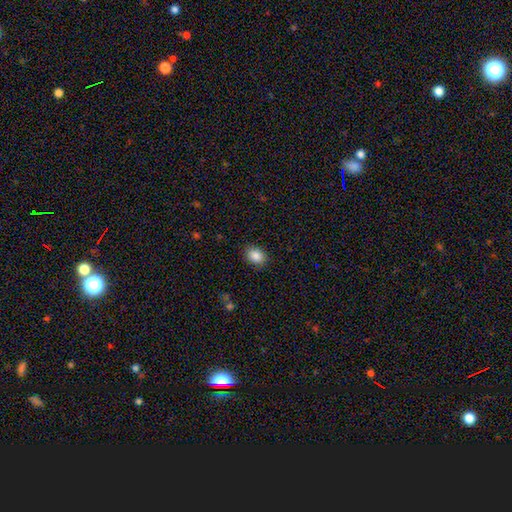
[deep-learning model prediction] This is clearly a smooth galaxy (86%). How rounded: likely in between (60%). Merging: clearly none (87%).